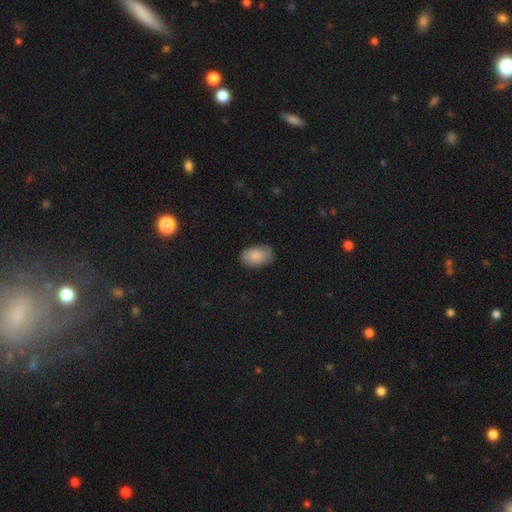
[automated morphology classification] The model was most divided on "merging": none: 83%, minor disturbance: 13%, major disturbance: 3%, merger: 1%. More confident: how rounded — in between (92%); smooth or featured — smooth (83%).